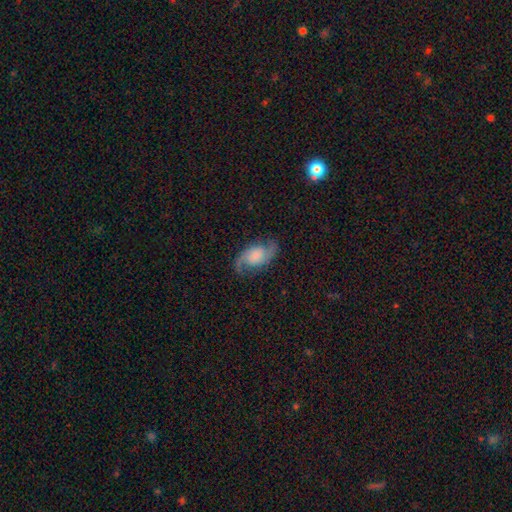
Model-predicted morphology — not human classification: Q: Smooth or featured?
A: featured or disk (80%); runner-up: smooth (14%)
Q: Edge-on disk?
A: no (97%); runner-up: yes (3%)
Q: Bar?
A: no (62%); runner-up: weak (32%)
Q: Spiral arms?
A: yes (96%); runner-up: no (4%)
Q: Spiral winding?
A: medium (44%); runner-up: loose (43%)
Q: Spiral arm count?
A: 2 (93%); runner-up: can't tell (2%)
Q: Bulge size?
A: large (25%); runner-up: none (24%)
Q: Merging?
A: none (79%); runner-up: minor disturbance (14%)